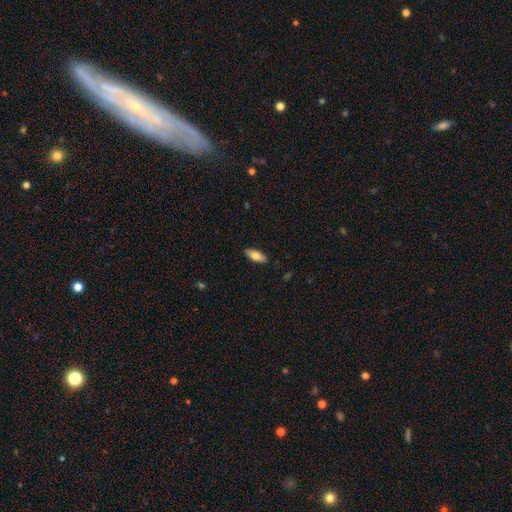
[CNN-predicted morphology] Smooth or featured? Predicted: smooth (p=0.76). How rounded? Predicted: in between (p=0.80). Merging? Predicted: none (p=0.89).